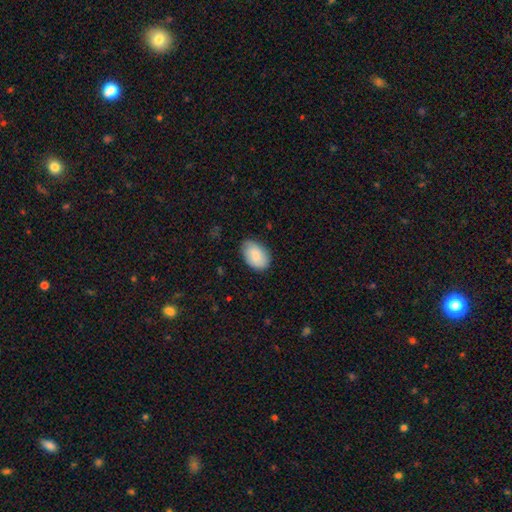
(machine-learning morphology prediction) Smooth or featured? smooth (82%)
How rounded? in between (90%)
Merging? none (79%)